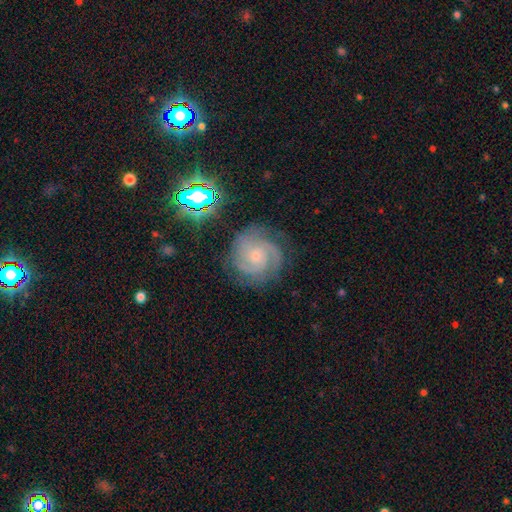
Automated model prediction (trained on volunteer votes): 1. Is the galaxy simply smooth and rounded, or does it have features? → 84% featured or disk, 8% smooth, 8% star or artifact.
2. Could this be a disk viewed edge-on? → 98% no, 2% yes.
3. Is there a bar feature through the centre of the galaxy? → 72% no, 24% weak, 5% strong.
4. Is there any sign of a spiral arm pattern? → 98% yes, 2% no.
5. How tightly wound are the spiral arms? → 64% tight, 32% medium, 5% loose.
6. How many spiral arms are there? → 42% 3, 27% 2, 14% can't tell, 9% 4, 5% 1, 5% more than 4.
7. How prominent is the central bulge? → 76% small, 19% moderate, 3% none, 1% large, 1% dominant.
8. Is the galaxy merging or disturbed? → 78% none, 15% minor disturbance, 5% major disturbance, 2% merger.